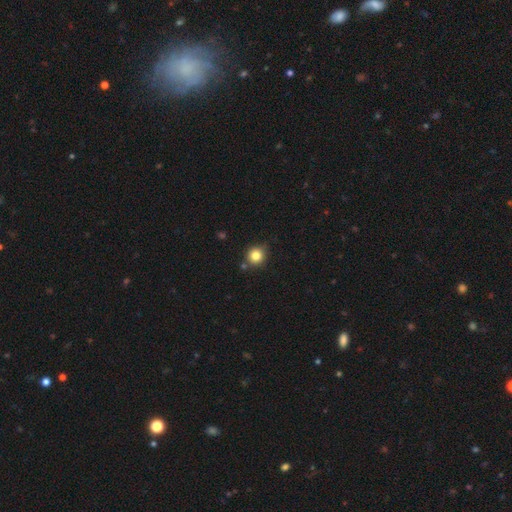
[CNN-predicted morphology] This appears to be a smooth galaxy with no disk features (83%) that is round (91%). Merging: none (80%).